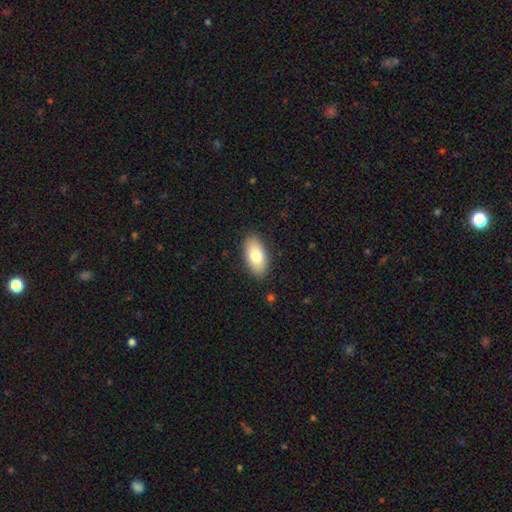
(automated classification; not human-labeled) This is likely a smooth galaxy (77%). How rounded: clearly in between (93%). Merging: clearly none (88%).